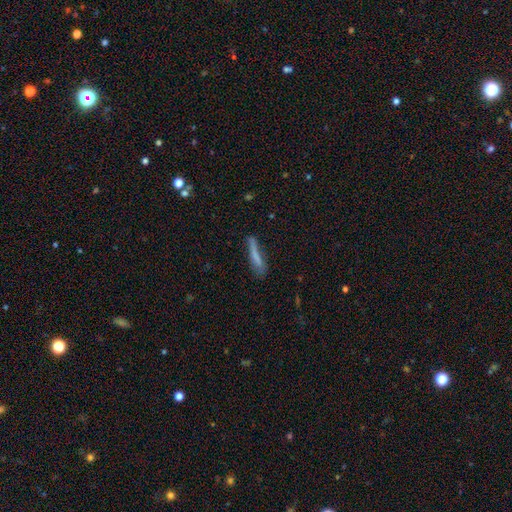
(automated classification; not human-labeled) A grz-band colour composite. It shows a smooth galaxy with no disk features (70%) that is cigar-shaped (90%). Merging: none (58%).